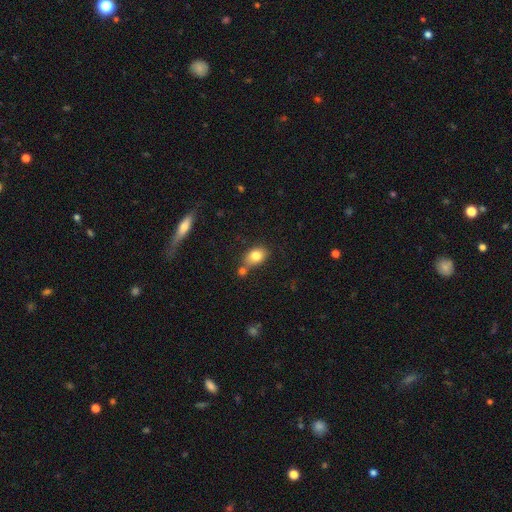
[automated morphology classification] The model was most divided on "merging": none: 54%, merger: 25%, minor disturbance: 16%, major disturbance: 5%. More confident: smooth or featured — smooth (80%); how rounded — in between (71%).